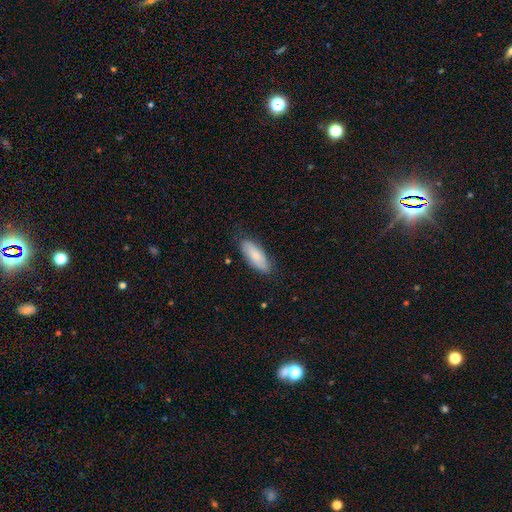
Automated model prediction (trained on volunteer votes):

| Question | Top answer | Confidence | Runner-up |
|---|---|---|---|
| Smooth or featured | smooth | 76% | featured or disk (18%) |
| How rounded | in between | 72% | cigar-shaped (26%) |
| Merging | none | 81% | minor disturbance (16%) |